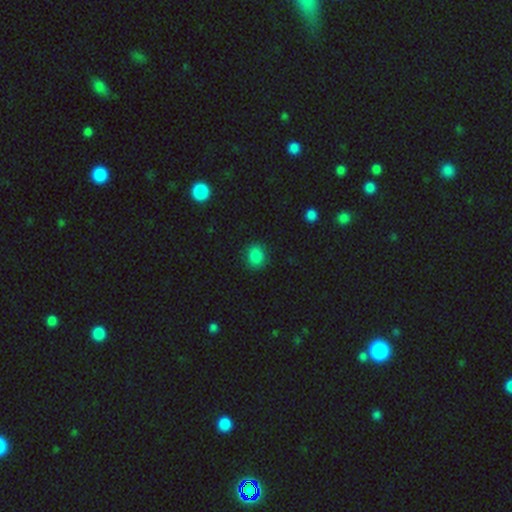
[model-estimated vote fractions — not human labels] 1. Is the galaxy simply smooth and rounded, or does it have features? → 85% smooth, 11% star or artifact, 4% featured or disk.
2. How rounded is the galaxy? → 75% round, 24% in between, 1% cigar-shaped.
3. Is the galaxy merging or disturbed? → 88% none, 9% minor disturbance, 2% major disturbance, 1% merger.